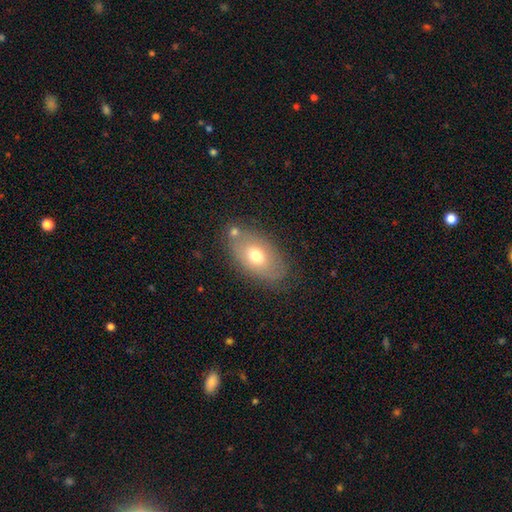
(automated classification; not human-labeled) A smooth galaxy with no disk features (65%) that is in between round and cigar-shaped (90%).

Vote fractions:
- Smooth or featured? smooth: 65% / featured or disk: 27% / star or artifact: 9%
- How rounded? in between: 90% / round: 7% / cigar-shaped: 3%
- Merging? none: 71% / minor disturbance: 16% / merger: 8% / major disturbance: 5%